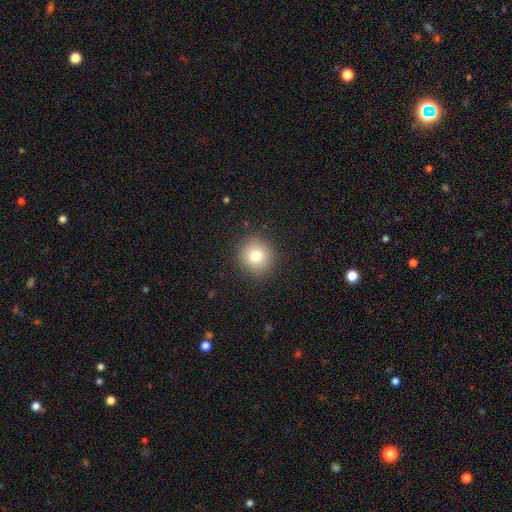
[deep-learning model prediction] This appears to be a smooth galaxy with no disk features (79%) that is round (92%). Merging: none (90%).